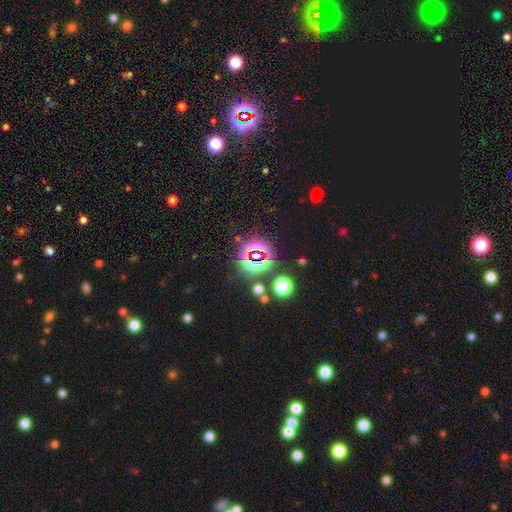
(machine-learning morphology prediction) Smooth or featured: star or artifact — 71% (smooth — 21%)